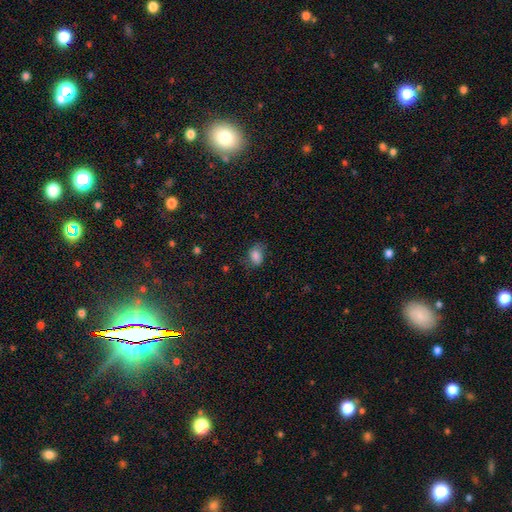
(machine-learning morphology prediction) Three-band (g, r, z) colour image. It shows a smooth galaxy with no disk features (83%) that is in between round and cigar-shaped (75%). Merging: none (65%).